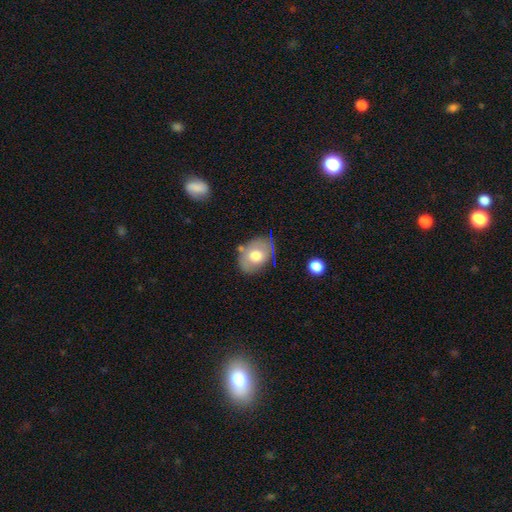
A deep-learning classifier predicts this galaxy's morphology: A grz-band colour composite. It shows a smooth galaxy with no disk features (62%) that is in between round and cigar-shaped (69%). Merging: none (69%).